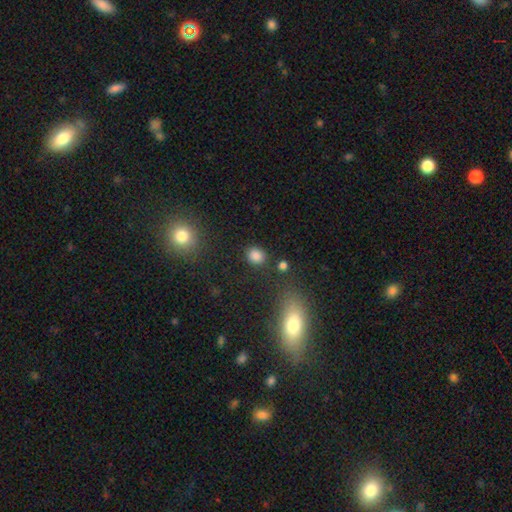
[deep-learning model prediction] Smooth or featured: smooth — 84% (star or artifact — 12%)
How rounded: round — 65% (in between — 33%)
Merging: none — 81% (minor disturbance — 11%)